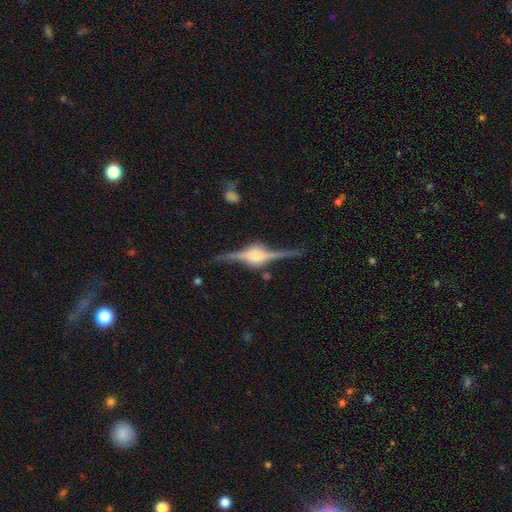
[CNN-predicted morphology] Smooth or featured?
  - featured or disk: 90% *
  - smooth: 5%
  - star or artifact: 5%
Edge-on disk?
  - yes: 97% *
  - no: 3%
Edge-on bulge?
  - rounded: 86% *
  - boxy: 12%
  - none: 2%
Merging?
  - none: 84% *
  - minor disturbance: 11%
  - major disturbance: 3%
  - merger: 2%